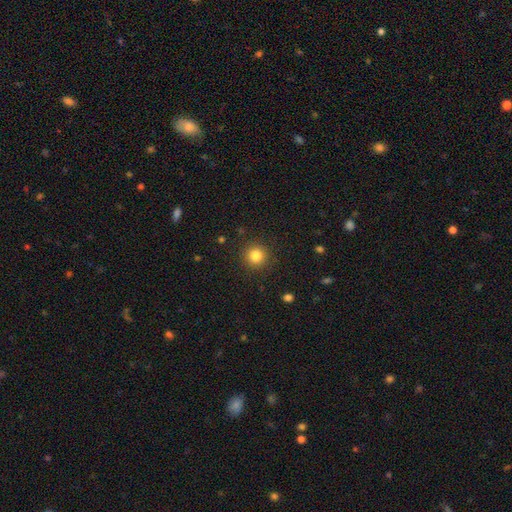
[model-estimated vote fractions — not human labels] Smooth or featured? Predicted: smooth (p=0.82). How rounded? Predicted: round (p=0.94). Merging? Predicted: none (p=0.91).